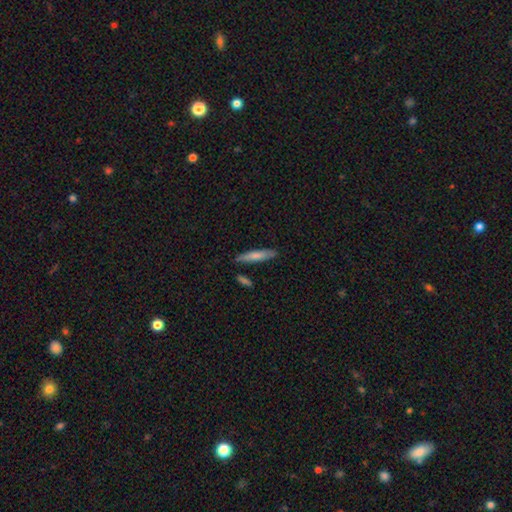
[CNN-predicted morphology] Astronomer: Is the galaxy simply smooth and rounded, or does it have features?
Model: smooth — 72%.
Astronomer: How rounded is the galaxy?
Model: cigar-shaped — 88%.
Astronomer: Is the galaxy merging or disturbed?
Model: none — 83%.